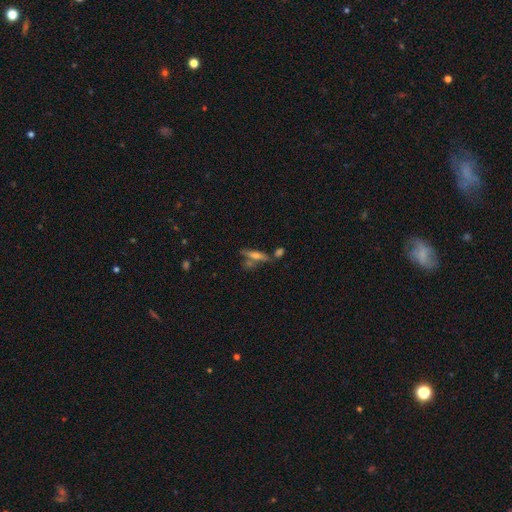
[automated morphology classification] smooth_or_featured: featured or disk (p=0.45) [alt: smooth p=0.44]
merging: none (p=0.63) [alt: merger p=0.18]